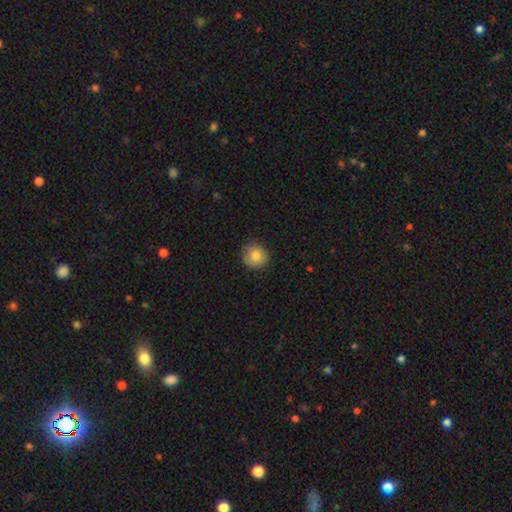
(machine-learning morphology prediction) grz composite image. It shows a smooth galaxy with no disk features (83%) that is round (91%). Merging: none (85%).